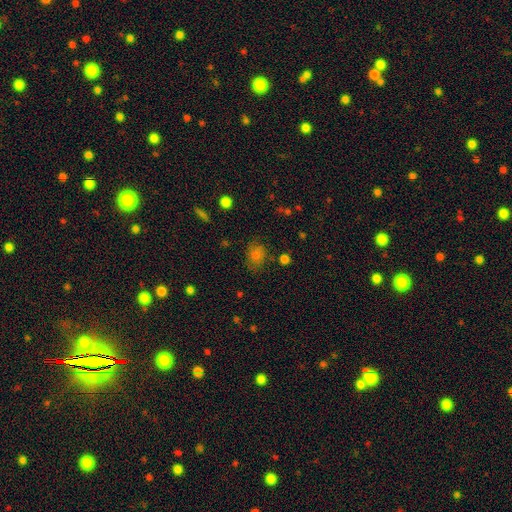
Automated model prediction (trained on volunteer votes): smooth-or-featured: smooth: 76% | star or artifact: 14% | featured or disk: 10%
  how-rounded: in between: 54% | round: 45% | cigar-shaped: 1%
  merging: none: 76% | minor disturbance: 17% | major disturbance: 5% | merger: 3%